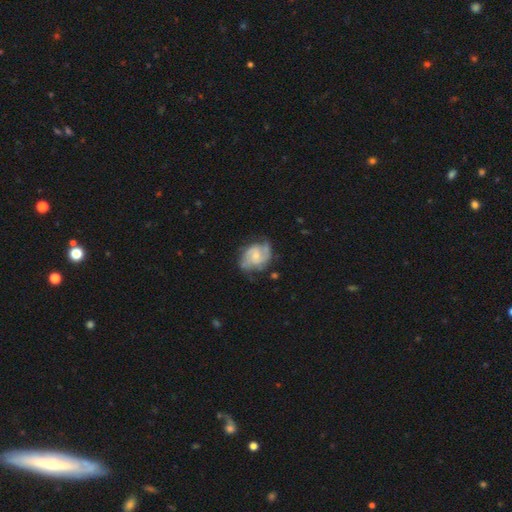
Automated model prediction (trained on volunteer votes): A featured or disk galaxy (79%) with no bar (51%), 2 (69%) medium (47%) spiral arms (93%) and a small central bulge (52%). Merging: none (63%).